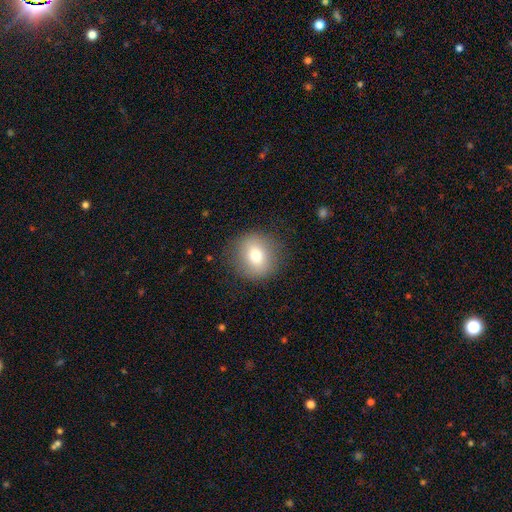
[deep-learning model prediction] smooth 77%, featured or disk 14%, star or artifact 9%. Down the decision tree: how rounded — round (83%); merging — none (86%).